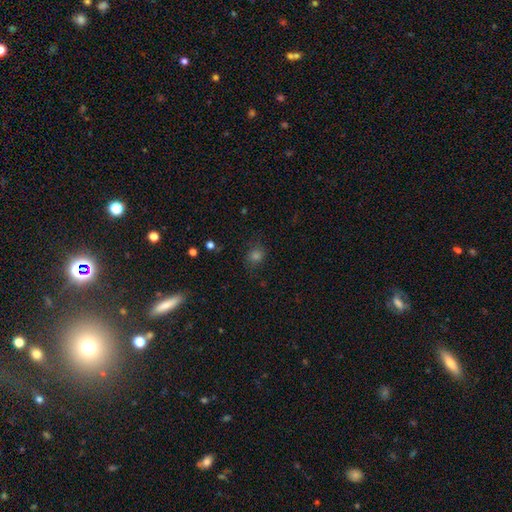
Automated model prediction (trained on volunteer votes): smooth 64%, star or artifact 26%, featured or disk 10%. Down the decision tree: how rounded — round (70%); merging — none (79%).